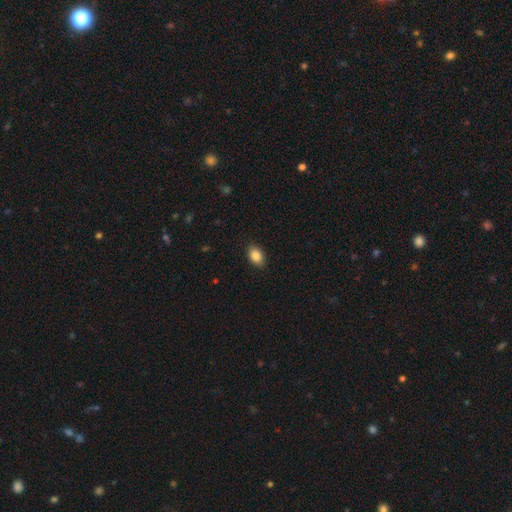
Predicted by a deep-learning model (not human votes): Q: Smooth or featured?
A: smooth (88%); runner-up: star or artifact (8%)
Q: How rounded?
A: in between (87%); runner-up: round (11%)
Q: Merging?
A: none (87%); runner-up: minor disturbance (10%)